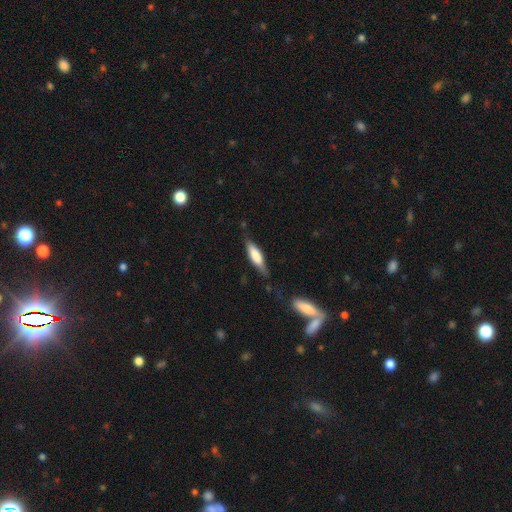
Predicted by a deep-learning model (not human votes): Smooth or featured? smooth (66%)
How rounded? cigar-shaped (60%)
Merging? none (68%)